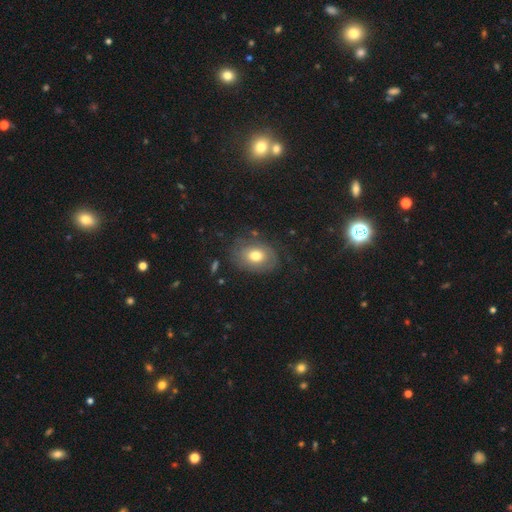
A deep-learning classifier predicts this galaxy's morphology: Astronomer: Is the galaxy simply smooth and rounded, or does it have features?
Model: smooth — 52% (runner-up: featured or disk, 38%).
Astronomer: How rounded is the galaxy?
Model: in between — 71%.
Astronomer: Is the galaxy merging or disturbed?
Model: none — 72%.